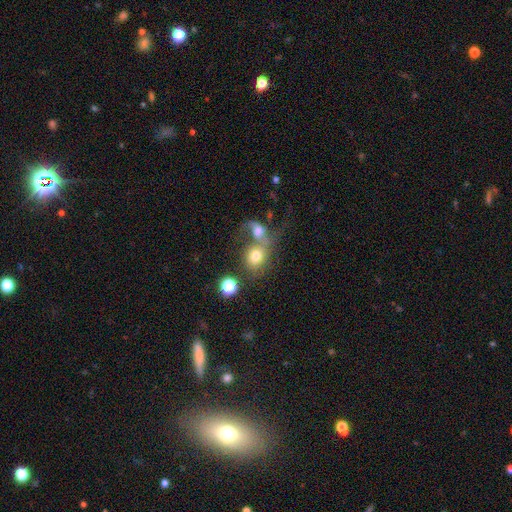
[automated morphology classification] A smooth galaxy with no disk features (68%) that is round (60%).

Vote fractions:
- Smooth or featured? smooth: 68% / featured or disk: 20% / star or artifact: 13%
- How rounded? round: 60% / in between: 38% / cigar-shaped: 1%
- Merging? merger: 57% / none: 24% / major disturbance: 11% / minor disturbance: 8%